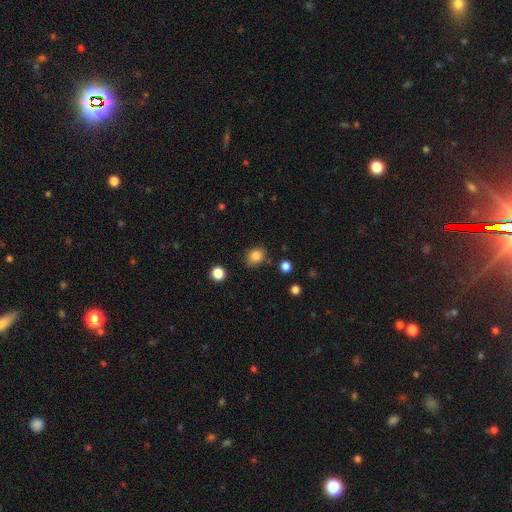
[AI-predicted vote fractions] Q: Smooth or featured?
A: smooth (84%); runner-up: star or artifact (11%)
Q: How rounded?
A: round (61%); runner-up: in between (38%)
Q: Merging?
A: none (79%); runner-up: minor disturbance (14%)